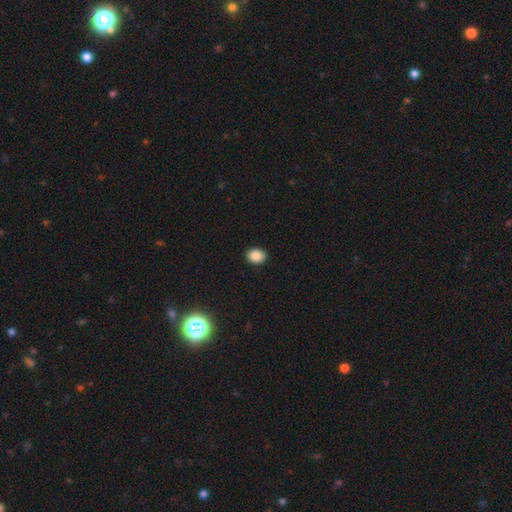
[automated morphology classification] smooth 87%, star or artifact 9%, featured or disk 4%. Down the decision tree: how rounded — in between (56%); merging — none (91%).